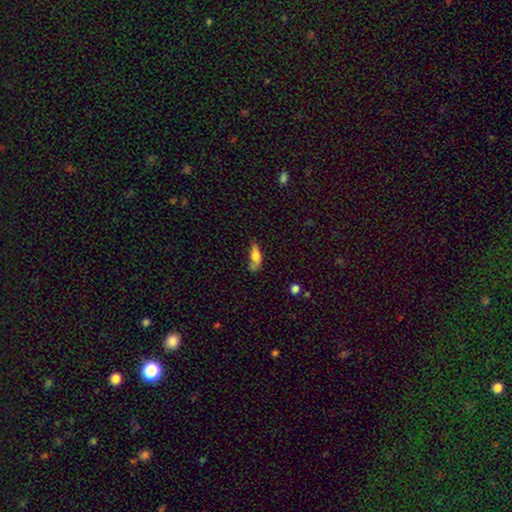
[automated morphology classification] The model was most divided on "merging" (2-way tie): none: 34%, minor disturbance: 34%, major disturbance: 21%, merger: 12%. More confident: how rounded — in between (73%); smooth or featured — smooth (73%).